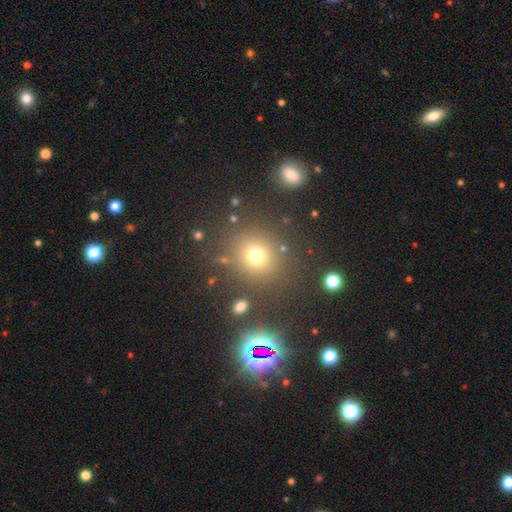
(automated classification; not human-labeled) smooth_or_featured: smooth (p=0.72) [alt: star or artifact p=0.20]
how_rounded: round (p=0.85) [alt: in between p=0.14]
merging: none (p=0.80) [alt: minor disturbance p=0.09]